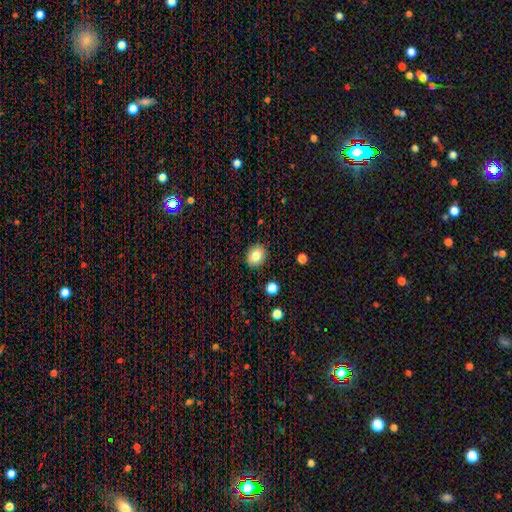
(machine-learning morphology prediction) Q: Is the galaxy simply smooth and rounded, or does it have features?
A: smooth — 81%.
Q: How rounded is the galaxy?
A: round — 61%.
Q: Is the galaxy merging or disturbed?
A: none — 89%.